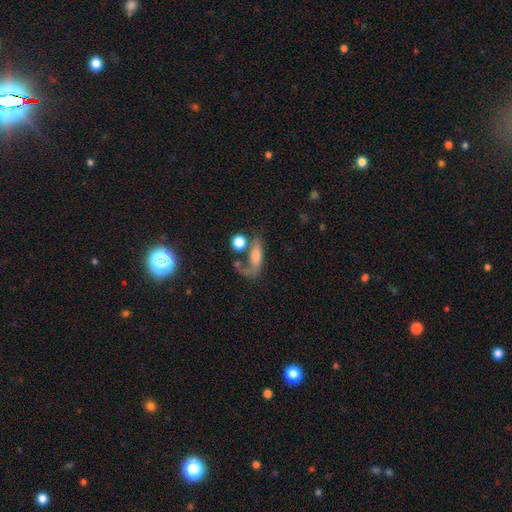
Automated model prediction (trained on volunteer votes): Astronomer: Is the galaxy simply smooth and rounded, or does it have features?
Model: smooth — 46% (runner-up: featured or disk, 41%).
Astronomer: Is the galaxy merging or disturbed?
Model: none — 32% (runner-up: major disturbance, 29%).